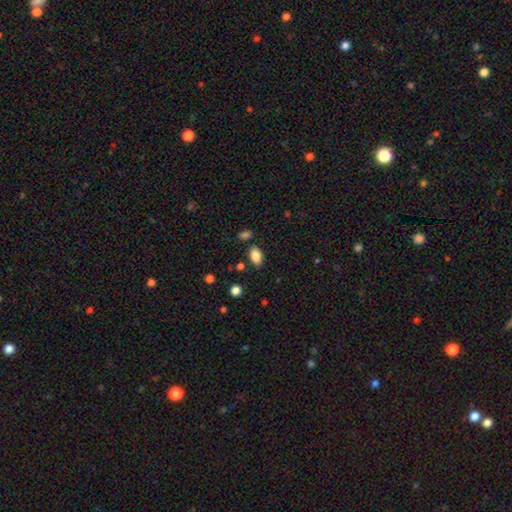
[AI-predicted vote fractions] Smooth or featured?
  - smooth: 86% *
  - star or artifact: 9%
  - featured or disk: 5%
How rounded?
  - in between: 92% *
  - round: 6%
  - cigar-shaped: 2%
Merging?
  - none: 80% *
  - minor disturbance: 12%
  - merger: 5%
  - major disturbance: 3%